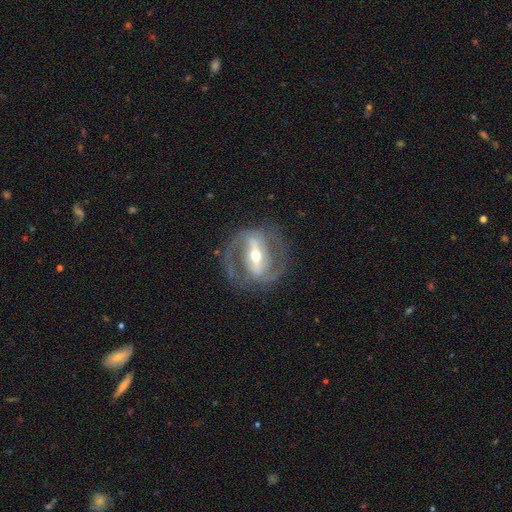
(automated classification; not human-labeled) The model was most divided on "spiral winding": medium: 53%, tight: 28%, loose: 19%. More confident: edge-on disk — no (94%); spiral arms — yes (91%); smooth or featured — featured or disk (88%); spiral arm count — 2 (87%); merging — none (76%); bar — strong (69%); bulge size — moderate (62%).